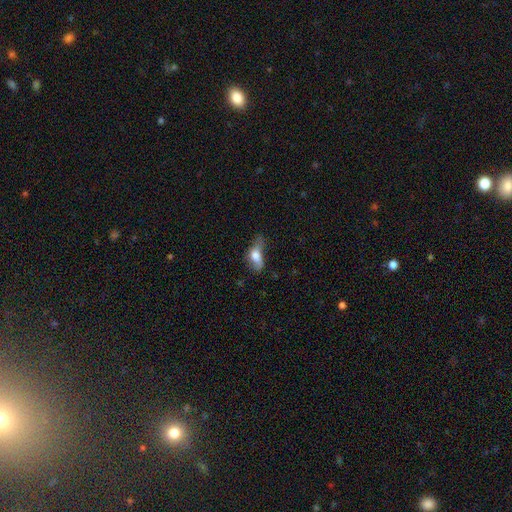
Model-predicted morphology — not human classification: This appears to be a smooth galaxy with no disk features (67%) that is in between round and cigar-shaped (79%). Merging: major disturbance (38%).